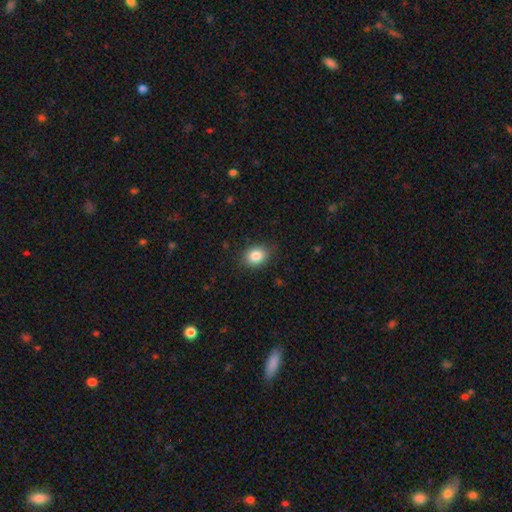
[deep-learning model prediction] Overall: smooth (85%). How rounded: in between (53%; round 46%). Merging: none (85%).